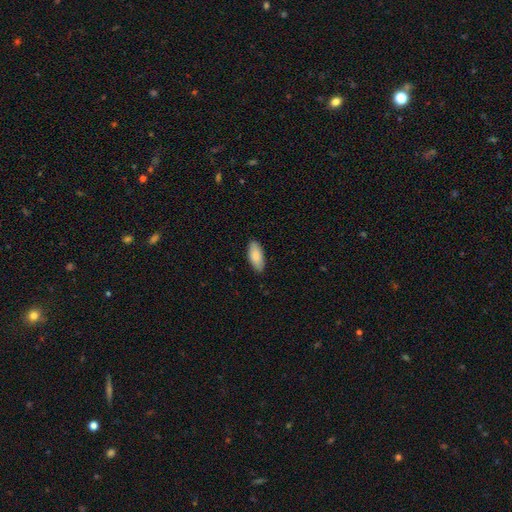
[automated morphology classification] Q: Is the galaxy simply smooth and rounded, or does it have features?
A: smooth — 87%.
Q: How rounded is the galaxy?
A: in between — 85%.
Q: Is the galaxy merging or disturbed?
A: none — 87%.